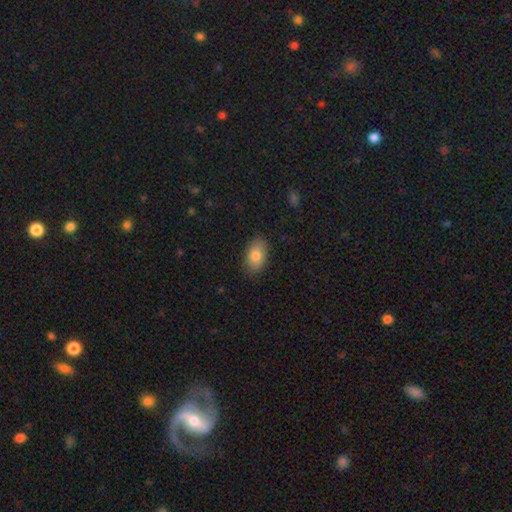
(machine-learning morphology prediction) Q: Smooth or featured?
A: smooth (82%); runner-up: featured or disk (11%)
Q: How rounded?
A: in between (91%); runner-up: round (8%)
Q: Merging?
A: none (85%); runner-up: minor disturbance (11%)